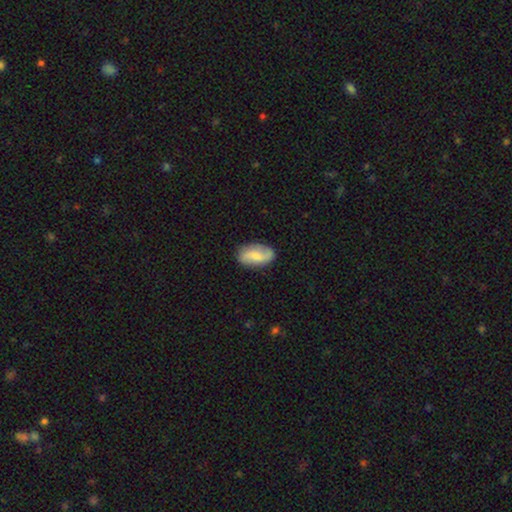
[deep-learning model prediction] Morphology: type=smooth (47%); merging=none (82%).